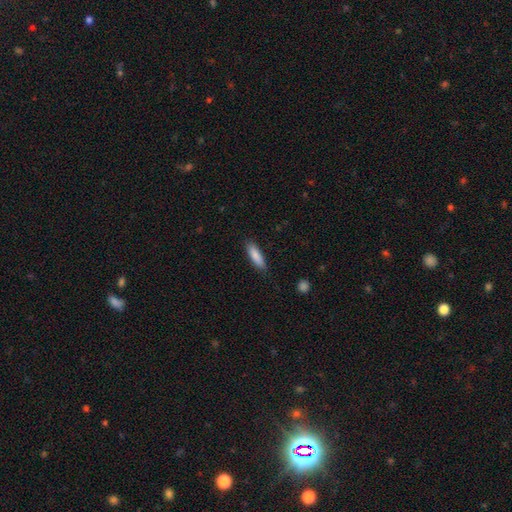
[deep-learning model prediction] smooth-or-featured: smooth: 86% | featured or disk: 8% | star or artifact: 6%
  how-rounded: cigar-shaped: 61% | in between: 38% | round: 1%
  merging: none: 86% | minor disturbance: 11% | major disturbance: 2% | merger: 1%